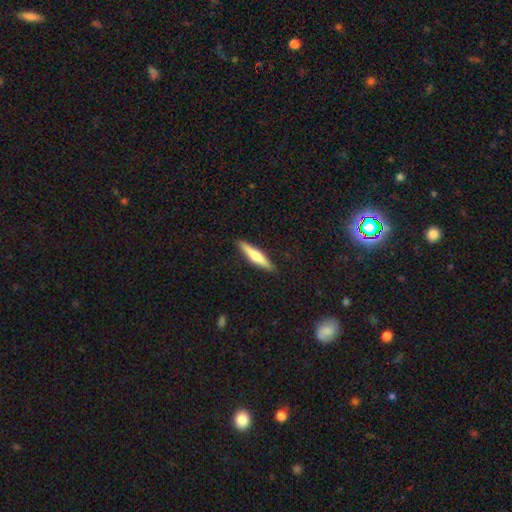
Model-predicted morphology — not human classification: A smooth galaxy with no disk features (56%) that is cigar-shaped (86%).

Vote fractions:
- Smooth or featured? smooth: 56% / featured or disk: 39% / star or artifact: 5%
- How rounded? cigar-shaped: 86% / in between: 12% / round: 2%
- Merging? none: 90% / minor disturbance: 8% / major disturbance: 2% / merger: 1%